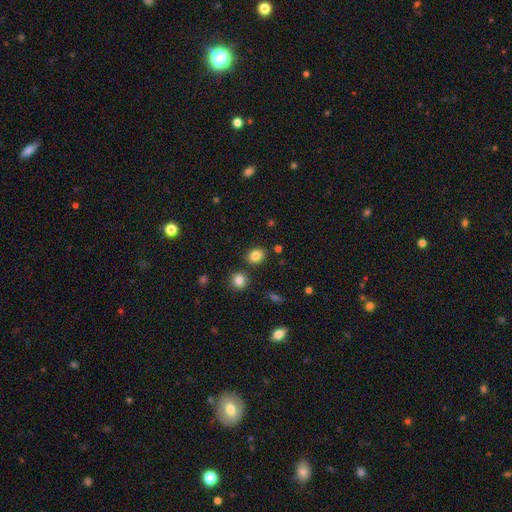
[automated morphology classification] Q: Smooth or featured?
A: smooth (84%); runner-up: star or artifact (11%)
Q: How rounded?
A: round (64%); runner-up: in between (35%)
Q: Merging?
A: none (84%); runner-up: minor disturbance (8%)